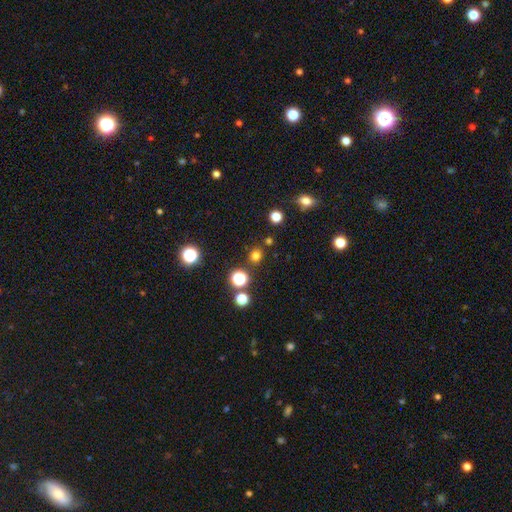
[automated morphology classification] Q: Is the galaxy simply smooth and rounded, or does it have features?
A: smooth — 74%.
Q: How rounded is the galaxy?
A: round — 85%.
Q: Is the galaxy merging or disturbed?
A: none — 83%.